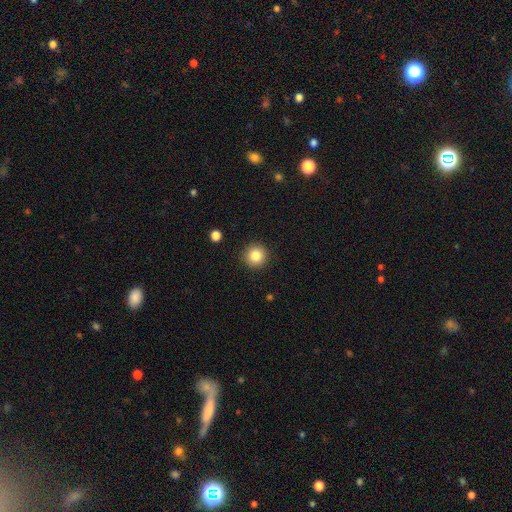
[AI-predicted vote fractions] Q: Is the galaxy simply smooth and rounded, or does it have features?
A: smooth — 84%.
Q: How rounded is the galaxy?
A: round — 95%.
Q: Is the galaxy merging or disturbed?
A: none — 92%.